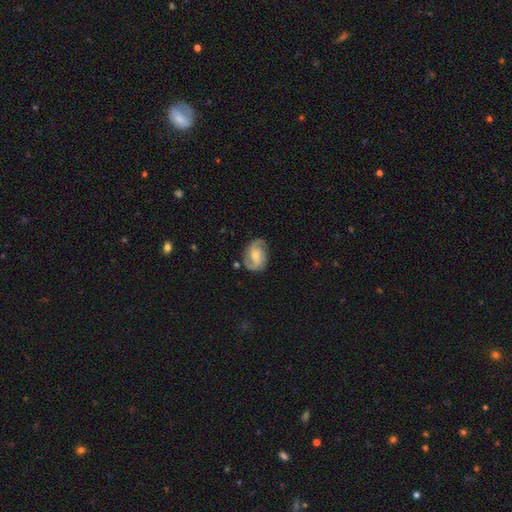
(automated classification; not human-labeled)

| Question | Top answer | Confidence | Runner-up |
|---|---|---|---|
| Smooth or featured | featured or disk | 82% | smooth (13%) |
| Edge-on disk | no | 97% | yes (3%) |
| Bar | no | 48% | weak (40%) |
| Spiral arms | yes | 96% | no (4%) |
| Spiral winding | medium | 50% | tight (30%) |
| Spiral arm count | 2 | 75% | 3 (12%) |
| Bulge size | small | 47% | moderate (46%) |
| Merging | none | 75% | minor disturbance (17%) |